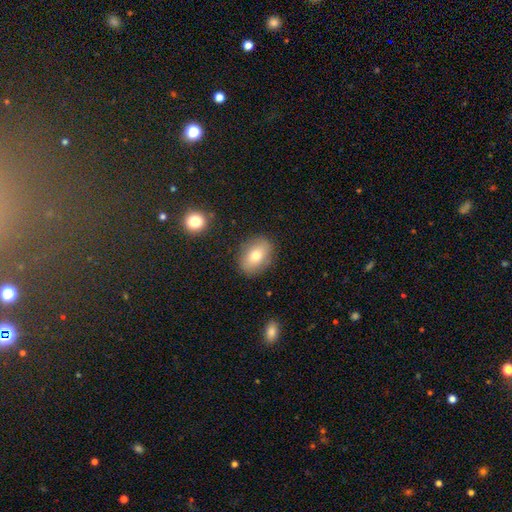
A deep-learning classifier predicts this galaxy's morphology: Smooth or featured: smooth — 75% (featured or disk — 17%)
How rounded: in between — 74% (round — 24%)
Merging: none — 84% (minor disturbance — 11%)